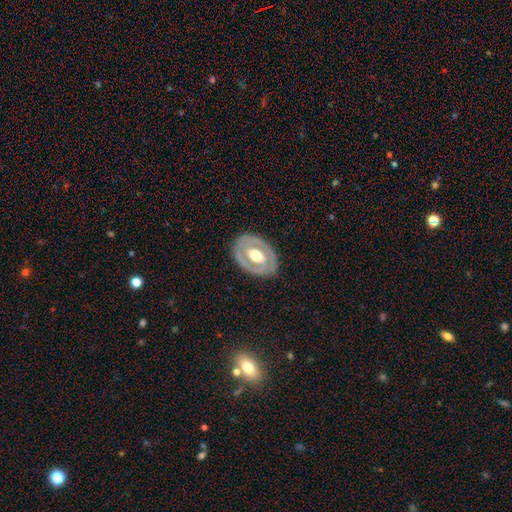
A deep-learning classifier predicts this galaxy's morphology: smooth-or-featured: featured or disk: 68% | smooth: 28% | star or artifact: 5%
  disk-edge-on: no: 93% | yes: 7%
    bar: no: 59% | weak: 27% | strong: 14%
    has-spiral-arms: no: 68% | yes: 32%
    bulge-size: moderate: 63% | large: 29% | small: 5% | dominant: 2% | none: 1%
  merging: none: 81% | minor disturbance: 13% | major disturbance: 5% | merger: 1%